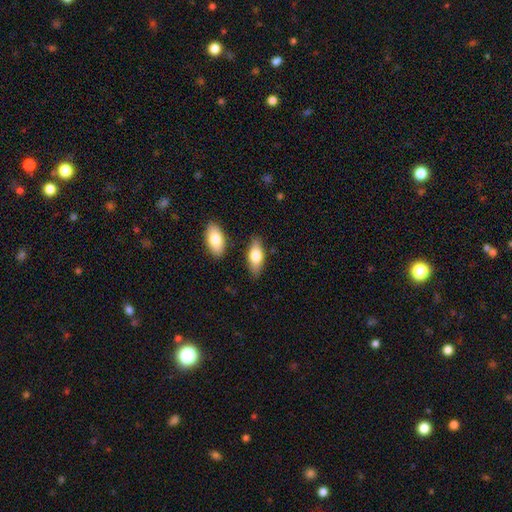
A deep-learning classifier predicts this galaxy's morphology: Smooth or featured? smooth (75%)
How rounded? in between (82%)
Merging? none (82%)